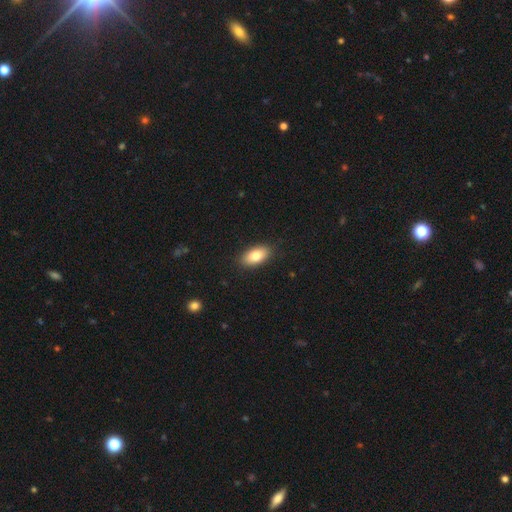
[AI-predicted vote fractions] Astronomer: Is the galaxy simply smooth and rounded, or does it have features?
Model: smooth — 80%.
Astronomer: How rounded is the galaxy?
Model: in between — 90%.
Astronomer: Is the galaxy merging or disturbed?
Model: none — 88%.